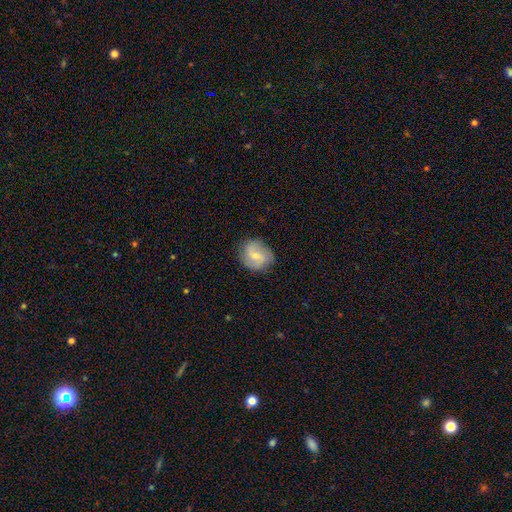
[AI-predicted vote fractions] Morphology: type=featured or disk (51%); edge-on=no (97%); merging=none (78%).